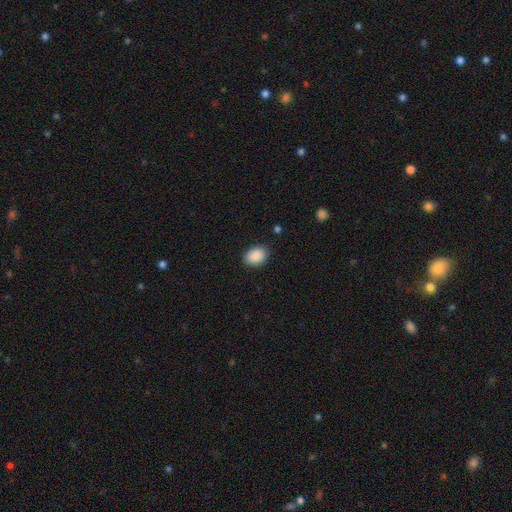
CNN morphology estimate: smooth-or-featured: smooth: 90% | star or artifact: 7% | featured or disk: 3%
  how-rounded: in between: 73% | round: 27% | cigar-shaped: 1%
  merging: none: 86% | minor disturbance: 10% | major disturbance: 3% | merger: 1%